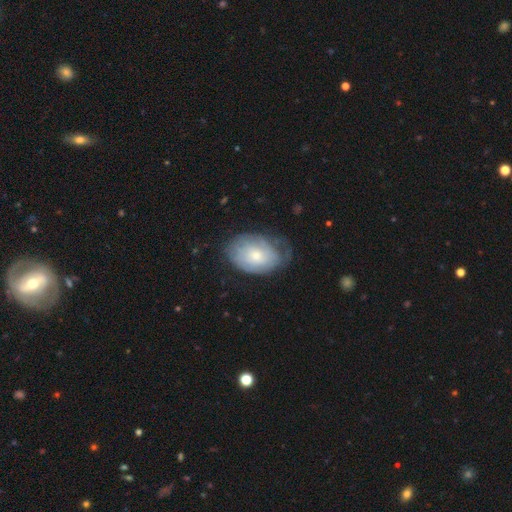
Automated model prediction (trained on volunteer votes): Smooth or featured?
  - featured or disk: 49% *
  - smooth: 45%
  - star or artifact: 6%
Merging?
  - none: 55% *
  - minor disturbance: 30%
  - major disturbance: 13%
  - merger: 1%